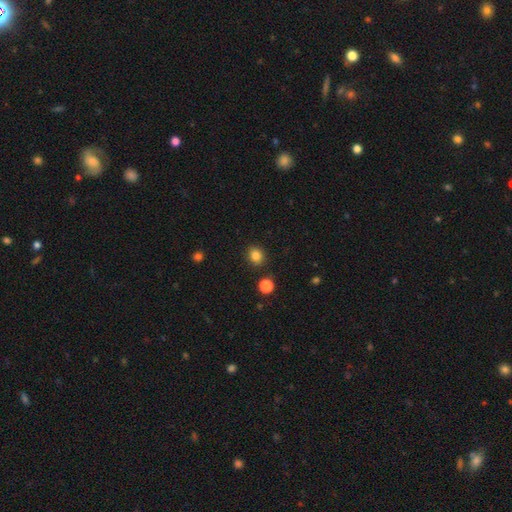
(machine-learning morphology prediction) This appears to be a smooth galaxy with no disk features (83%) that is round (69%). Merging: none (86%).